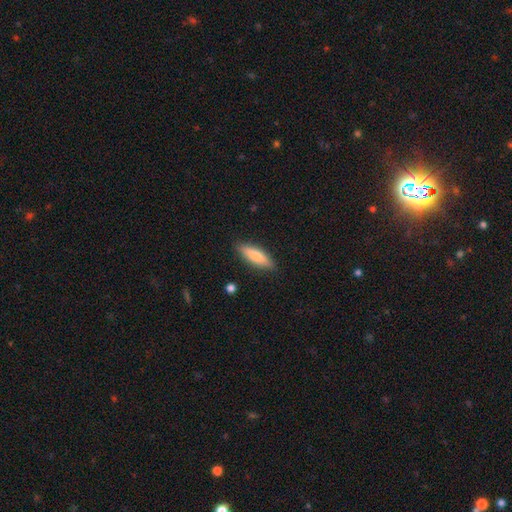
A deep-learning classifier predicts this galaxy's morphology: This appears to be a smooth galaxy with no disk features (72%) that is cigar-shaped (60%). Merging: none (86%).